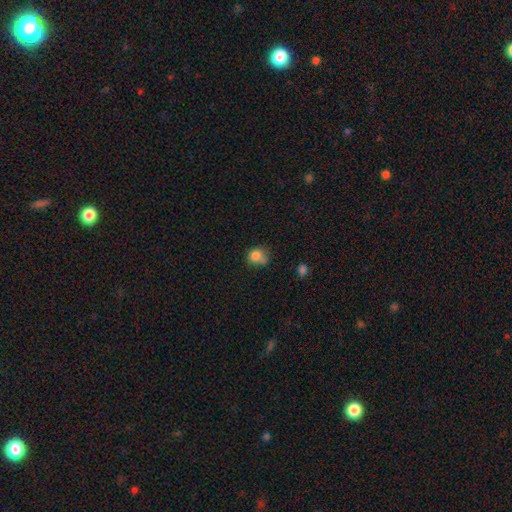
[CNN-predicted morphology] Q: Smooth or featured?
A: smooth (81%); runner-up: star or artifact (11%)
Q: How rounded?
A: round (75%); runner-up: in between (24%)
Q: Merging?
A: none (49%); runner-up: minor disturbance (25%)